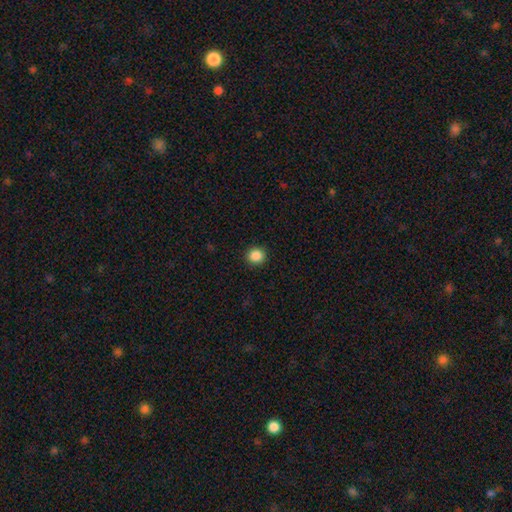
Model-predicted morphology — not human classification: A smooth galaxy with no disk features (87%) that is round (91%). Merging: none (91%).